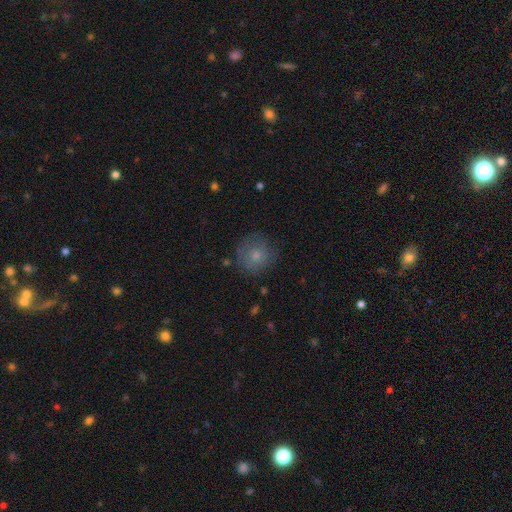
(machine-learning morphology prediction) type=smooth (72%); roundness=round (91%); merging=none (75%).